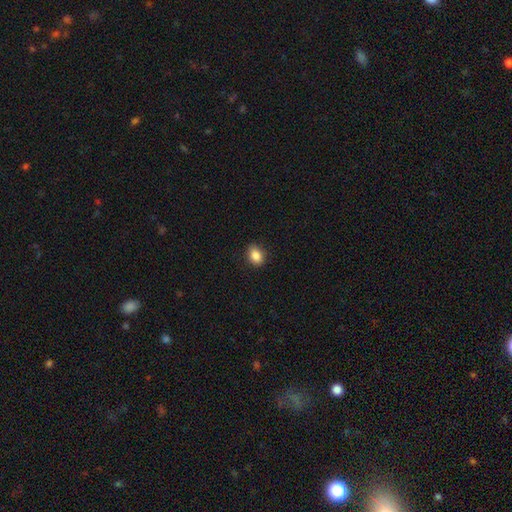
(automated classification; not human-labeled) Smooth or featured?
  - smooth: 86% *
  - star or artifact: 9%
  - featured or disk: 5%
How rounded?
  - in between: 71% *
  - round: 28%
  - cigar-shaped: 1%
Merging?
  - none: 87% *
  - minor disturbance: 10%
  - major disturbance: 2%
  - merger: 1%